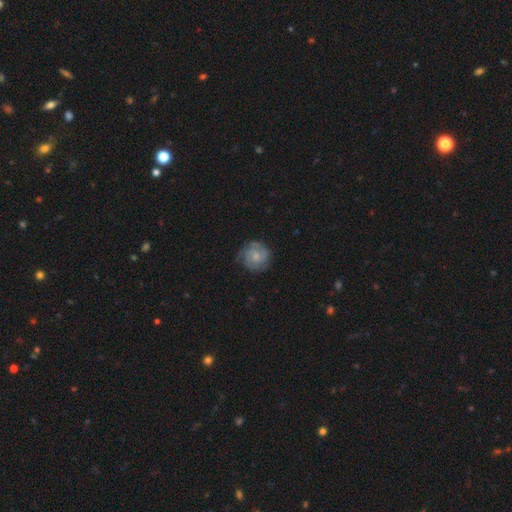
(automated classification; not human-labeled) Smooth or featured?
  - featured or disk: 75% *
  - smooth: 19%
  - star or artifact: 6%
Edge-on disk?
  - no: 98% *
  - yes: 2%
Bar?
  - no: 65% *
  - weak: 31%
  - strong: 4%
Spiral arms?
  - yes: 95% *
  - no: 5%
Spiral winding?
  - tight: 67% *
  - medium: 27%
  - loose: 6%
Spiral arm count?
  - 2: 62% *
  - can't tell: 15%
  - 3: 14%
  - 1: 4%
  - 4: 3%
  - more than 4: 3%
Bulge size?
  - small: 53% *
  - moderate: 33%
  - none: 10%
  - large: 2%
  - dominant: 1%
Merging?
  - none: 77% *
  - minor disturbance: 17%
  - major disturbance: 5%
  - merger: 1%